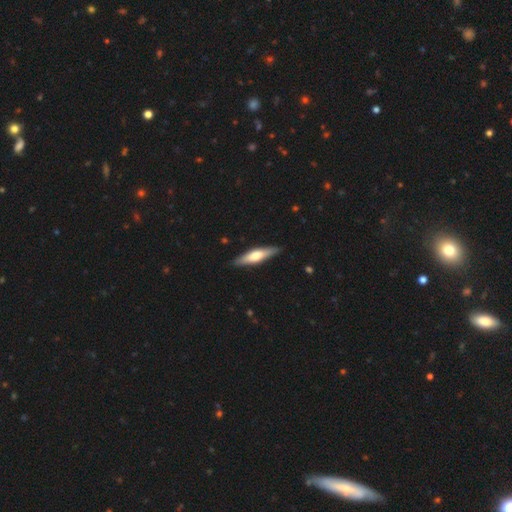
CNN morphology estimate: Smooth or featured?
  - featured or disk: 49% *
  - smooth: 47%
  - star or artifact: 5%
Merging?
  - none: 88% *
  - minor disturbance: 9%
  - major disturbance: 2%
  - merger: 1%